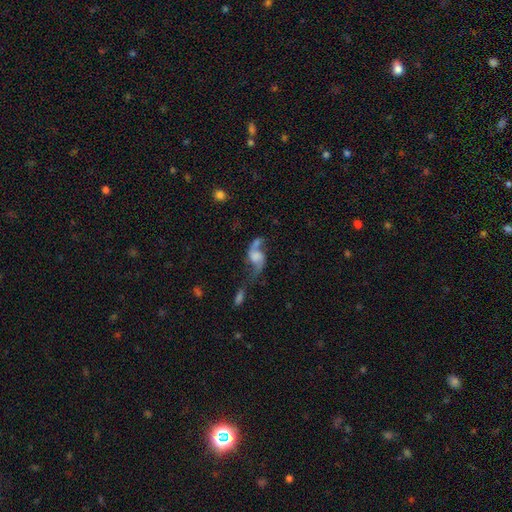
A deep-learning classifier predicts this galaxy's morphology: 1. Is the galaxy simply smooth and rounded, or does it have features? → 76% featured or disk, 16% smooth, 8% star or artifact.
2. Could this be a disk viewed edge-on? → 96% no, 4% yes.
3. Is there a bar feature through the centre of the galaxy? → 61% no, 31% weak, 8% strong.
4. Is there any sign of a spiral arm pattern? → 90% yes, 10% no.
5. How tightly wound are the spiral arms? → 85% loose, 12% medium, 3% tight.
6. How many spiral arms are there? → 89% 2, 6% 1, 2% can't tell, 1% 3, 1% 4, 1% more than 4.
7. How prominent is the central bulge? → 37% none, 22% large, 19% moderate, 17% small, 6% dominant.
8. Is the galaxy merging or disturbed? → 34% none, 30% merger, 20% major disturbance, 16% minor disturbance.